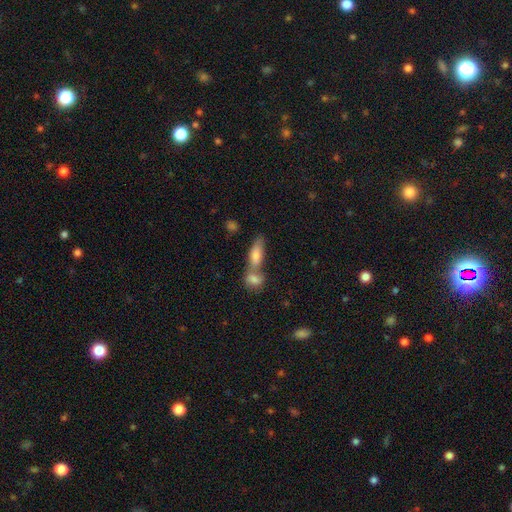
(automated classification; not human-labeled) A smooth galaxy with no disk features (78%) that is in between round and cigar-shaped (69%).

Vote fractions:
- Smooth or featured? smooth: 78% / featured or disk: 15% / star or artifact: 7%
- How rounded? in between: 69% / cigar-shaped: 26% / round: 5%
- Merging? merger: 56% / none: 32% / minor disturbance: 8% / major disturbance: 4%